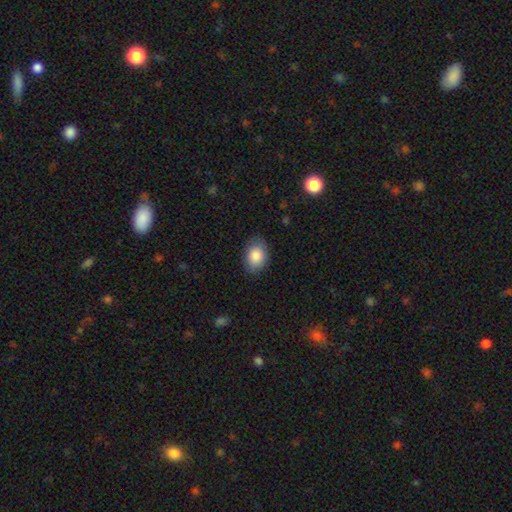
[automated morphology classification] Smooth or featured?
  - smooth: 86% *
  - featured or disk: 7%
  - star or artifact: 7%
How rounded?
  - in between: 77% *
  - round: 22%
  - cigar-shaped: 1%
Merging?
  - none: 80% *
  - minor disturbance: 15%
  - major disturbance: 3%
  - merger: 1%